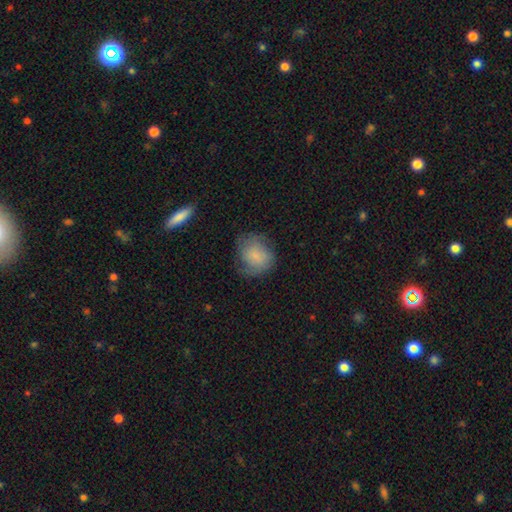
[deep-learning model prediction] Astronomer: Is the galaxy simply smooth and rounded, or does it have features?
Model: smooth — 74%.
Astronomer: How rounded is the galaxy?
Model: round — 72%.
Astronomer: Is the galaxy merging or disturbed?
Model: none — 61%.